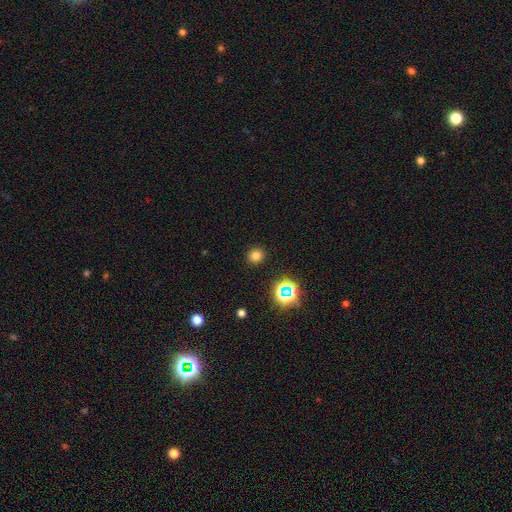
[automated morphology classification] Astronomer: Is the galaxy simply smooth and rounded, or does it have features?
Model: smooth — 75%.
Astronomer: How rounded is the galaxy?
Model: round — 84%.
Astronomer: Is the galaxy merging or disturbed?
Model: none — 91%.